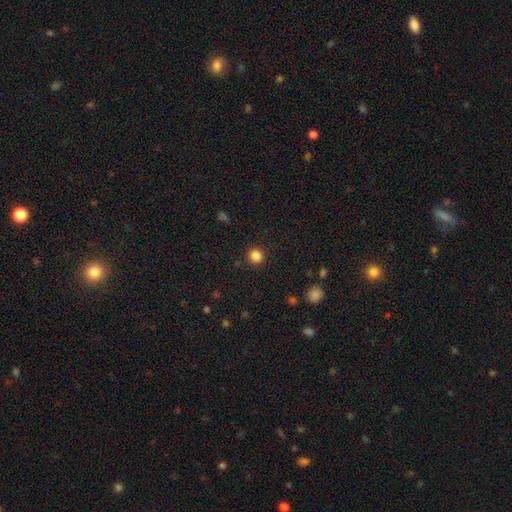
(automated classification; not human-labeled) smooth 84%, star or artifact 12%, featured or disk 4%. Down the decision tree: how rounded — round (91%); merging — none (92%).